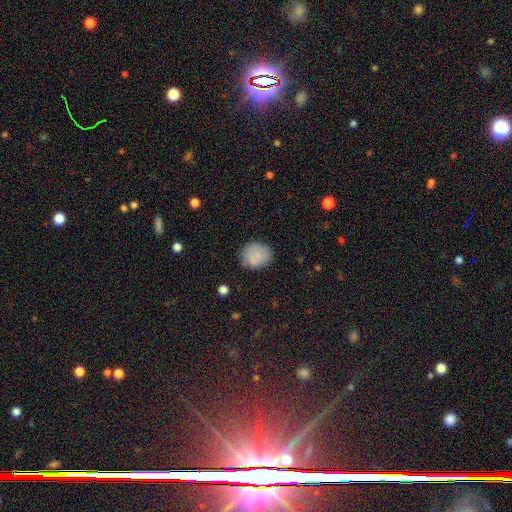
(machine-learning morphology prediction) The model was most divided on "how rounded": round: 71%, in between: 28%, cigar-shaped: 1%. More confident: smooth or featured — smooth (83%); merging — none (75%).